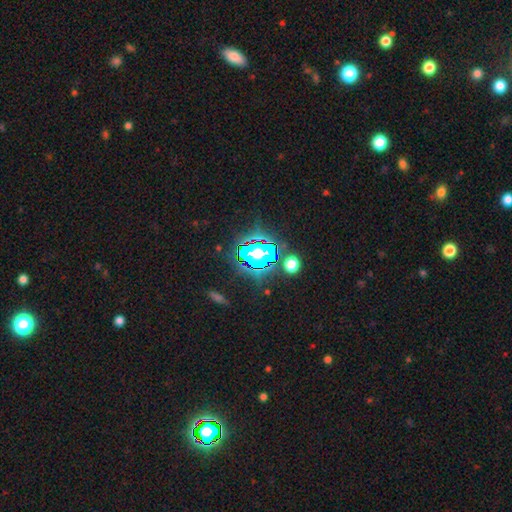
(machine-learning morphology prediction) Smooth or featured?
  - star or artifact: 78% *
  - smooth: 13%
  - featured or disk: 9%